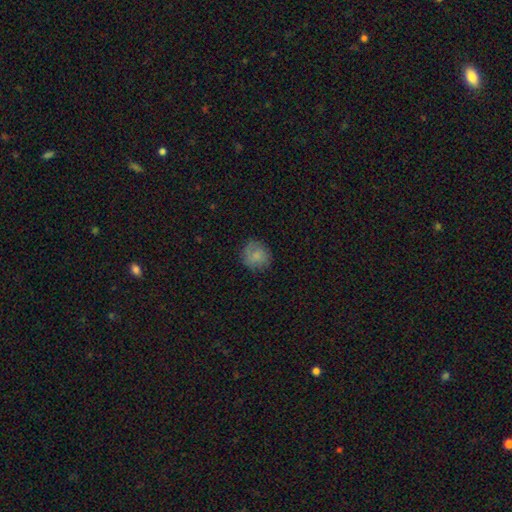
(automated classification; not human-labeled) smooth 78%, featured or disk 14%, star or artifact 8%. Down the decision tree: how rounded — round (86%); merging — none (77%).